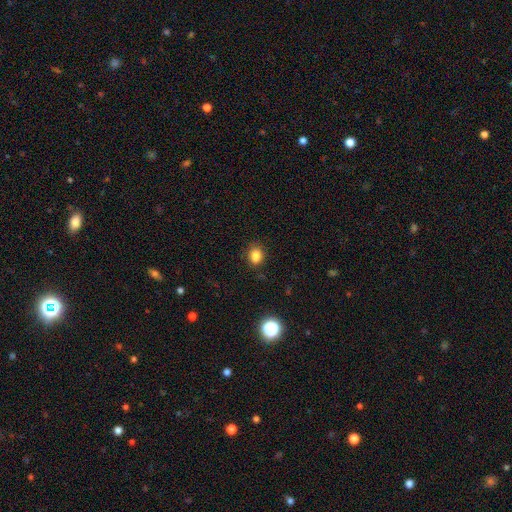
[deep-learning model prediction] The model was most divided on "how rounded": in between: 56%, round: 42%, cigar-shaped: 1%. More confident: smooth or featured — smooth (83%); merging — none (80%).